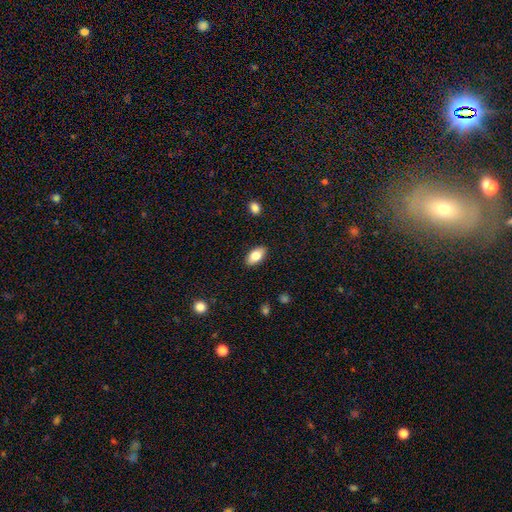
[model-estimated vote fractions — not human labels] A smooth galaxy with no disk features (81%) that is in between round and cigar-shaped (92%). Merging: none (88%).